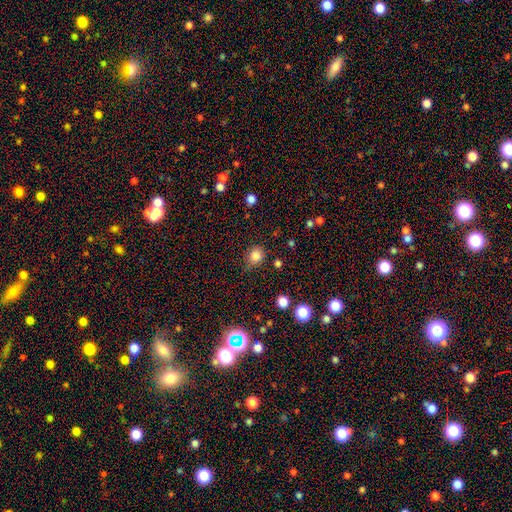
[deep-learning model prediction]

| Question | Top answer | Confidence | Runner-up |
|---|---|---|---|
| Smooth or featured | smooth | 83% | star or artifact (12%) |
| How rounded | round | 71% | in between (27%) |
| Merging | none | 73% | minor disturbance (20%) |